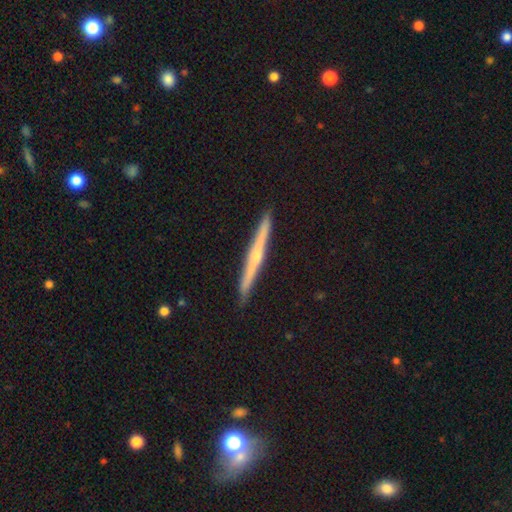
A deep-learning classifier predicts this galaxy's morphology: Smooth or featured?
  - featured or disk: 69% *
  - smooth: 25%
  - star or artifact: 6%
Edge-on disk?
  - yes: 98% *
  - no: 2%
Edge-on bulge?
  - rounded: 67% *
  - none: 27%
  - boxy: 5%
Merging?
  - none: 92% *
  - minor disturbance: 6%
  - major disturbance: 1%
  - merger: 1%